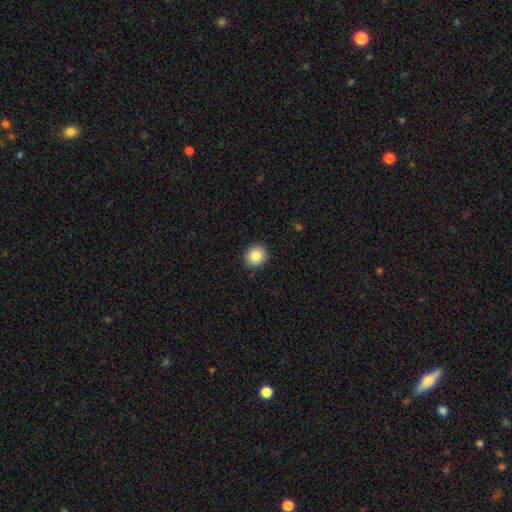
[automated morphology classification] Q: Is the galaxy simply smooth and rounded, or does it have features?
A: smooth — 85%.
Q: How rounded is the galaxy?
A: round — 81%.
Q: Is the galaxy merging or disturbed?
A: none — 91%.